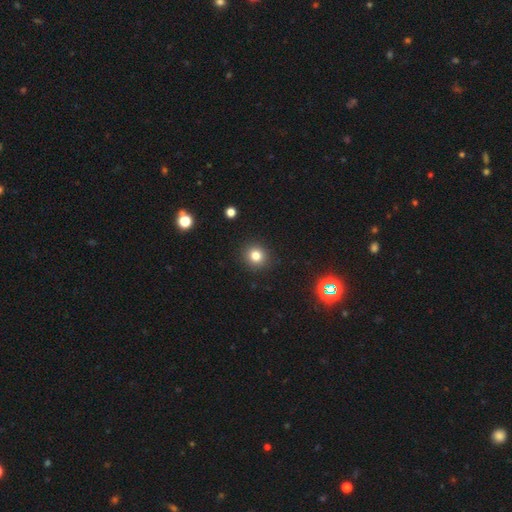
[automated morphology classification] Smooth or featured?
  - smooth: 80% *
  - star or artifact: 14%
  - featured or disk: 6%
How rounded?
  - round: 88% *
  - in between: 12%
  - cigar-shaped: 1%
Merging?
  - none: 91% *
  - minor disturbance: 6%
  - major disturbance: 2%
  - merger: 1%